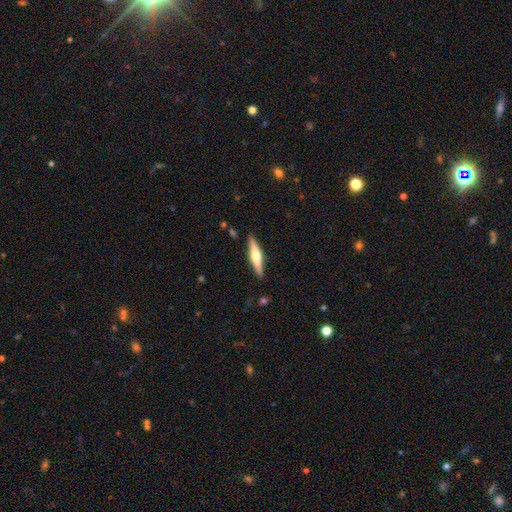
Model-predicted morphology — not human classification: smooth-or-featured: featured or disk: 56% | smooth: 39% | star or artifact: 6%
  disk-edge-on: yes: 96% | no: 4%
    edge-on-bulge: rounded: 88% | boxy: 7% | none: 5%
  merging: none: 89% | minor disturbance: 8% | major disturbance: 2% | merger: 1%